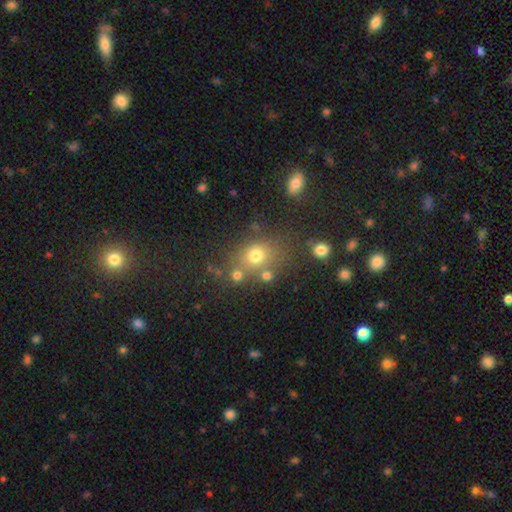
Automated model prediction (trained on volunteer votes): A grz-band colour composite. It shows a smooth galaxy with no disk features (69%) that is round (62%). Merging: none (66%).